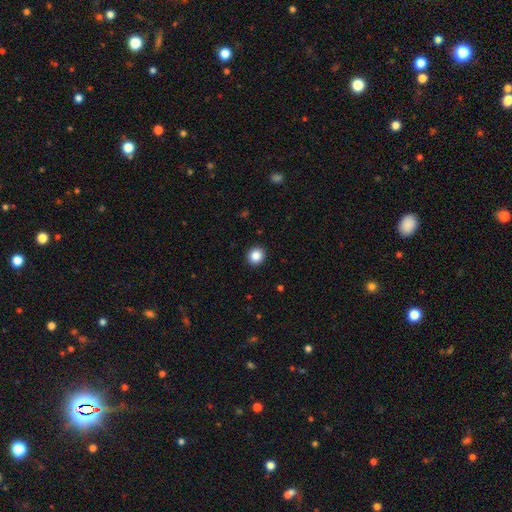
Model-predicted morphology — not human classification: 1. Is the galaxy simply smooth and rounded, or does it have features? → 87% smooth, 10% star or artifact, 4% featured or disk.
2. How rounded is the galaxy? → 89% round, 10% in between, 1% cigar-shaped.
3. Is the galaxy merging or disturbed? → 93% none, 5% minor disturbance, 2% major disturbance, 1% merger.